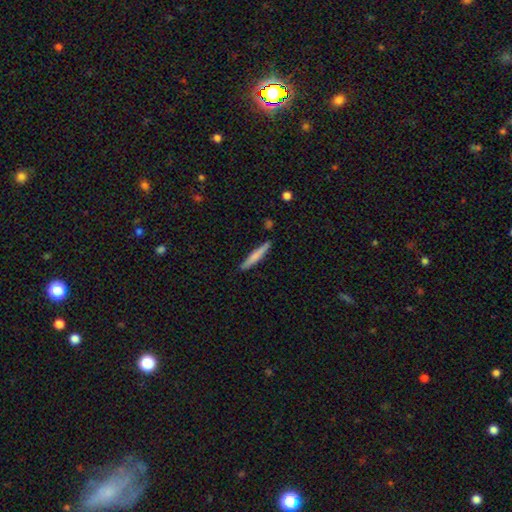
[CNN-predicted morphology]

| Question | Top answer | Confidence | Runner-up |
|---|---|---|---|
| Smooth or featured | smooth | 68% | featured or disk (26%) |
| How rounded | cigar-shaped | 94% | in between (5%) |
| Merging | none | 86% | minor disturbance (10%) |